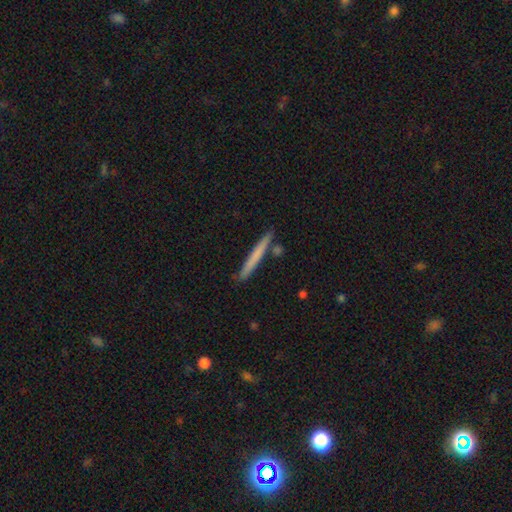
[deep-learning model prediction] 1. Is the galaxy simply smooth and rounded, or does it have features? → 64% smooth, 31% featured or disk, 5% star or artifact.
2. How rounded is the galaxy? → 97% cigar-shaped, 2% in between, 1% round.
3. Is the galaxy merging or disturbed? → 85% none, 9% minor disturbance, 4% merger, 2% major disturbance.